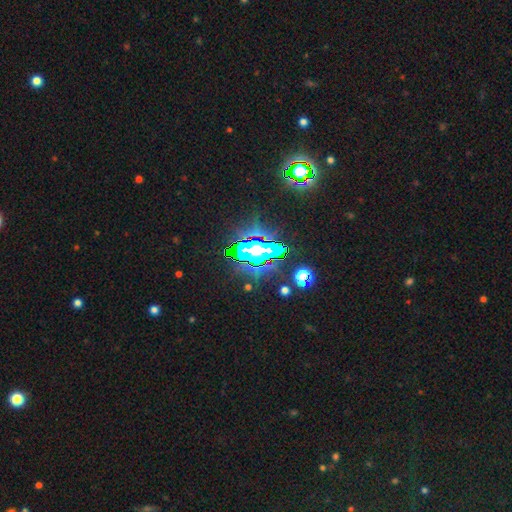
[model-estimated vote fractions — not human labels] Smooth or featured? Predicted: star or artifact (p=0.68).